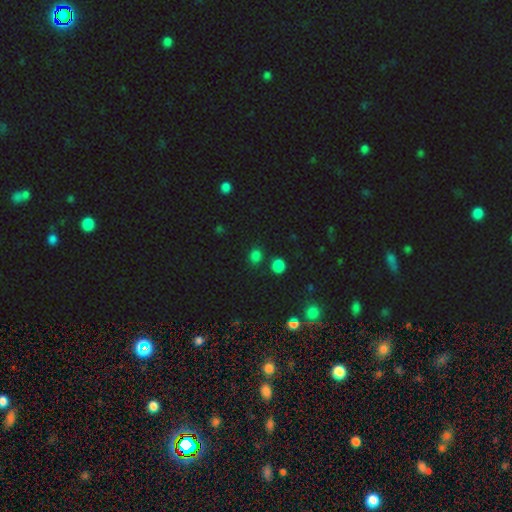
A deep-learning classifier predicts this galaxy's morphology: Q: Smooth or featured?
A: smooth (76%); runner-up: star or artifact (20%)
Q: How rounded?
A: round (64%); runner-up: in between (35%)
Q: Merging?
A: none (79%); runner-up: minor disturbance (10%)